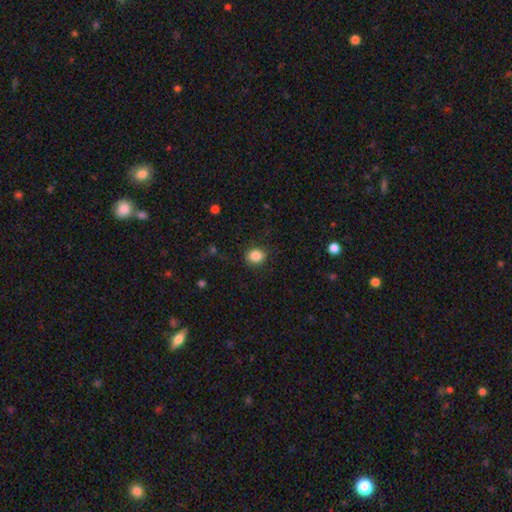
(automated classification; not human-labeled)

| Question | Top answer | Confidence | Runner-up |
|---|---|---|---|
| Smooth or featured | smooth | 86% | star or artifact (9%) |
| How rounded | round | 59% | in between (40%) |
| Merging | none | 87% | minor disturbance (9%) |